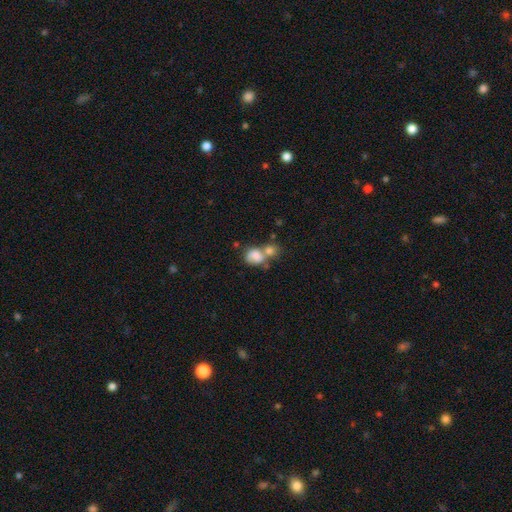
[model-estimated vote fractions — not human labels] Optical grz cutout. It shows a smooth galaxy with no disk features (77%) that is in between round and cigar-shaped (53%). Merging: merger (61%).